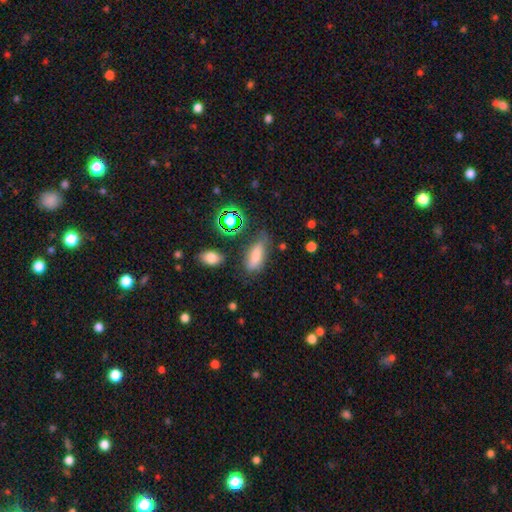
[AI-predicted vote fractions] Smooth or featured? smooth (71%)
How rounded? in between (70%)
Merging? none (63%)